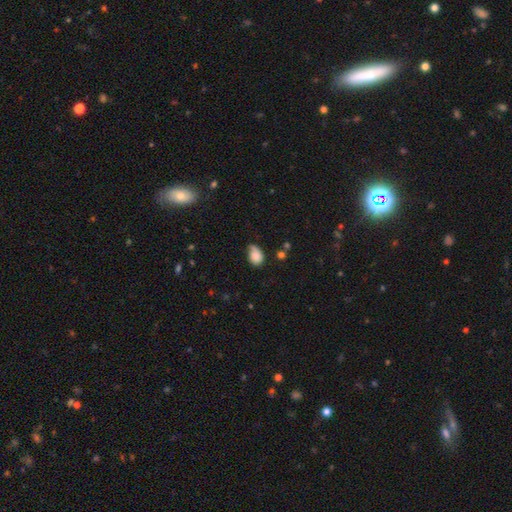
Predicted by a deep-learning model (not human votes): Smooth or featured?
  - smooth: 81% *
  - featured or disk: 11%
  - star or artifact: 8%
How rounded?
  - in between: 72% *
  - round: 26%
  - cigar-shaped: 1%
Merging?
  - none: 44% *
  - minor disturbance: 39%
  - major disturbance: 12%
  - merger: 5%